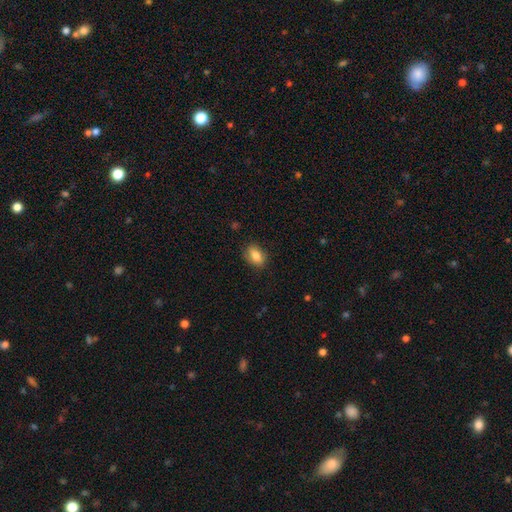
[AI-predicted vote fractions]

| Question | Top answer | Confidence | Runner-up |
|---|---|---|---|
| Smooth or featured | smooth | 83% | featured or disk (9%) |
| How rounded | in between | 82% | round (15%) |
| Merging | none | 84% | minor disturbance (13%) |